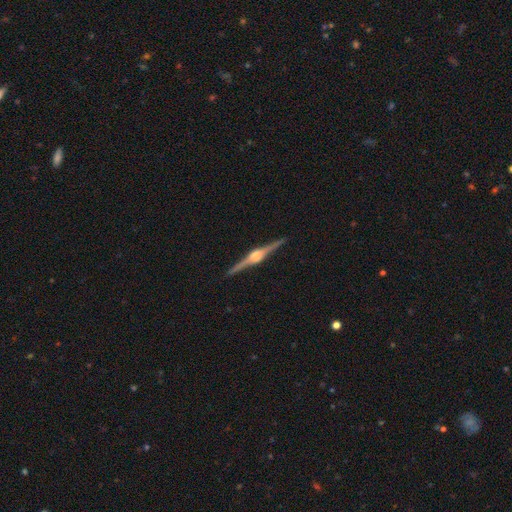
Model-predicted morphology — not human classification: A featured or disk galaxy (89%) viewed edge-on (98%) with a rounded central bulge (89%). Merging: none (91%).